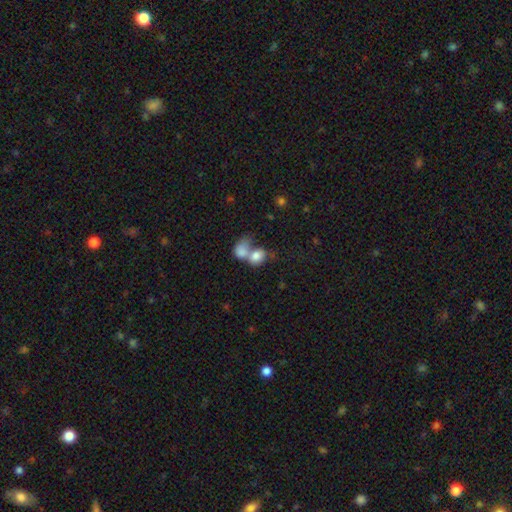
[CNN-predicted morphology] smooth-or-featured: smooth: 80% | featured or disk: 12% | star or artifact: 8%
  how-rounded: in between: 54% | round: 45% | cigar-shaped: 1%
  merging: merger: 71% | none: 17% | minor disturbance: 6% | major disturbance: 5%